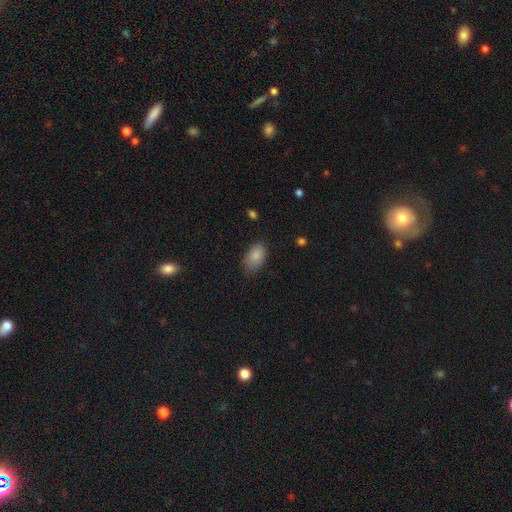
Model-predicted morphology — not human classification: smooth 85%, star or artifact 8%, featured or disk 8%. Down the decision tree: how rounded — in between (91%); merging — none (71%).